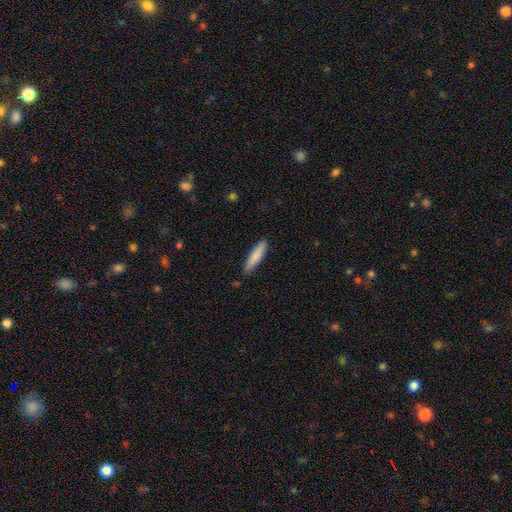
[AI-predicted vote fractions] smooth-or-featured: smooth: 82% | featured or disk: 13% | star or artifact: 6%
  how-rounded: cigar-shaped: 82% | in between: 17% | round: 1%
  merging: none: 85% | minor disturbance: 11% | major disturbance: 2% | merger: 2%